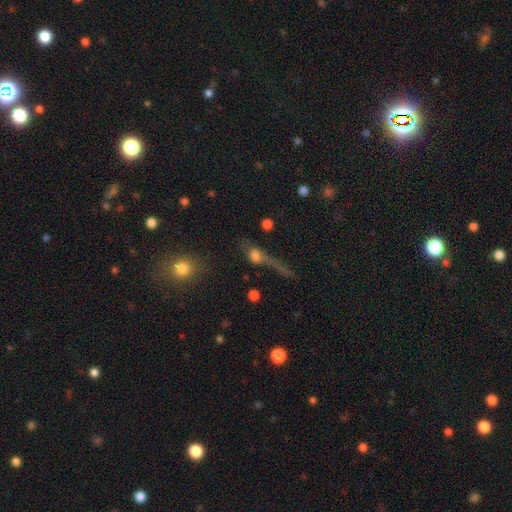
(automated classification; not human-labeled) smooth 55%, featured or disk 28%, star or artifact 18%. Down the decision tree: how rounded — in between (45%); merging — major disturbance (34%).